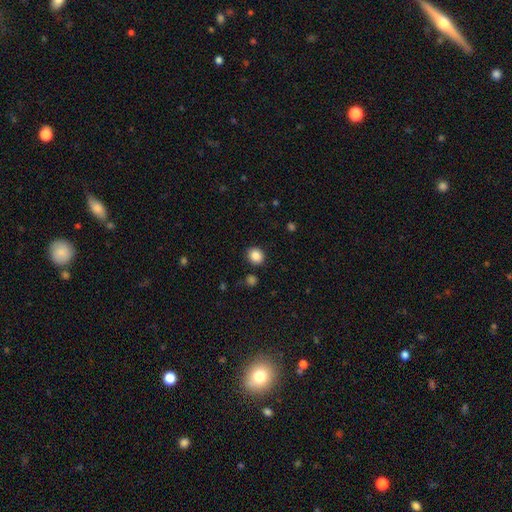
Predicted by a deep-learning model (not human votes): Smooth or featured? Predicted: smooth (p=0.86). How rounded? Predicted: round (p=0.80). Merging? Predicted: none (p=0.89).